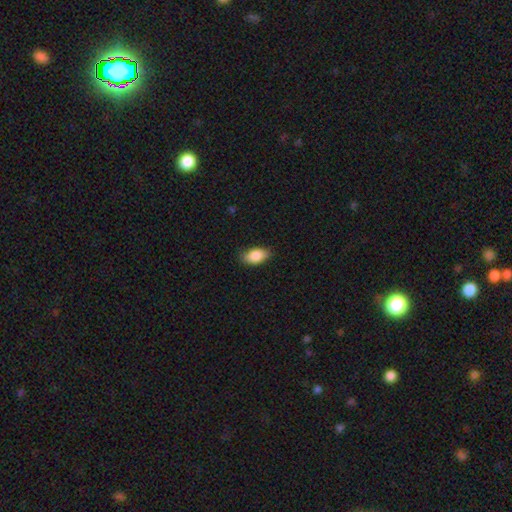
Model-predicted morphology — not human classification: This is clearly a smooth galaxy (86%). How rounded: clearly in between (91%). Merging: clearly none (82%).